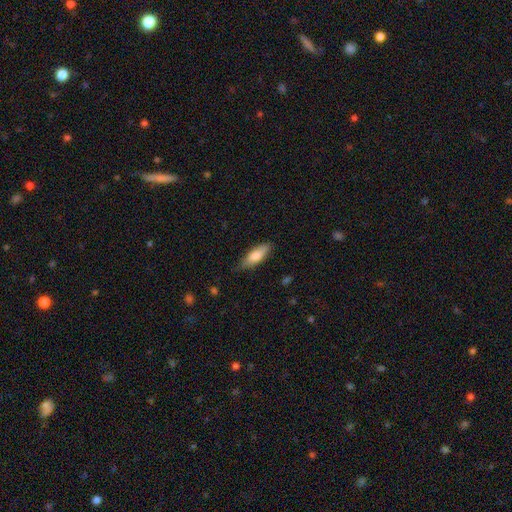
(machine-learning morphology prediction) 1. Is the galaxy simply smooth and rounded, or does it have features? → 78% smooth, 16% featured or disk, 6% star or artifact.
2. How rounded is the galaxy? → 59% in between, 39% cigar-shaped, 2% round.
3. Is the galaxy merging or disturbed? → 78% none, 18% minor disturbance, 3% major disturbance, 1% merger.